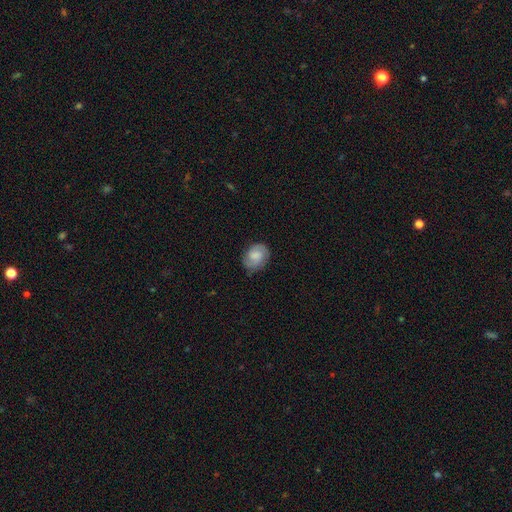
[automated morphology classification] type=smooth (47%); merging=none (73%).